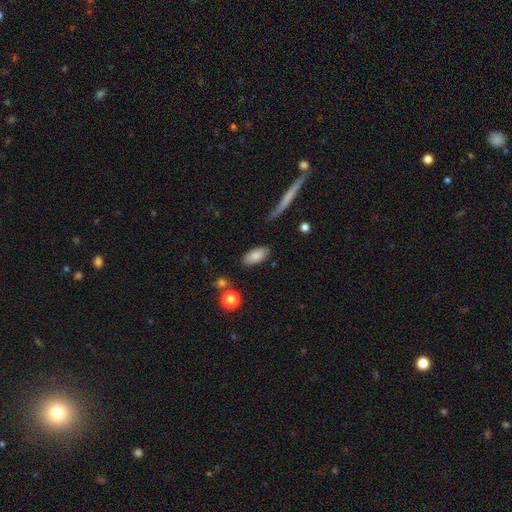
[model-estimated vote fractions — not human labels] Smooth or featured?
  - smooth: 85% *
  - featured or disk: 8%
  - star or artifact: 7%
How rounded?
  - in between: 90% *
  - cigar-shaped: 8%
  - round: 2%
Merging?
  - none: 83% *
  - minor disturbance: 11%
  - major disturbance: 3%
  - merger: 3%